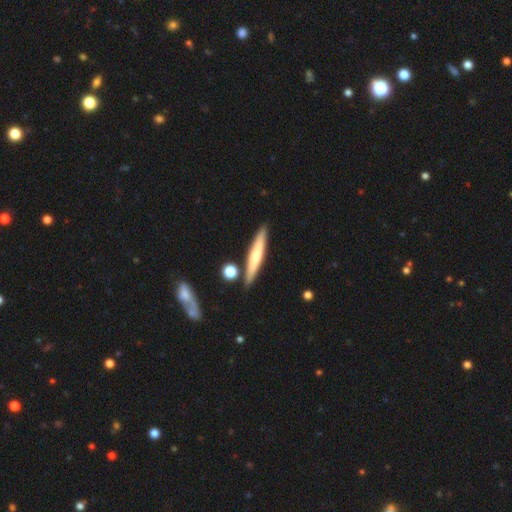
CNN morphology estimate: type=smooth (50%); roundness=cigar-shaped (91%); merging=none (85%).